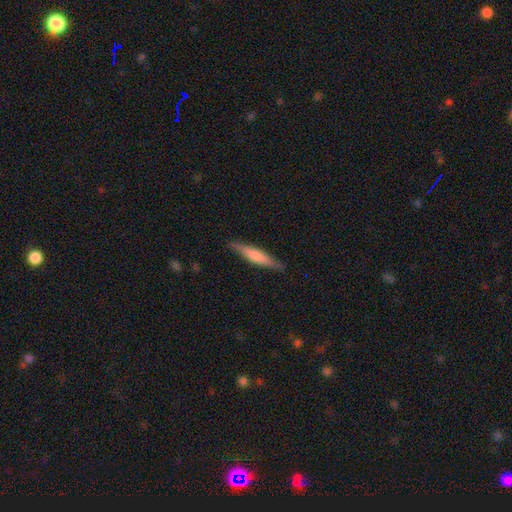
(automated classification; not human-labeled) Smooth or featured?
  - smooth: 60% *
  - featured or disk: 35%
  - star or artifact: 5%
How rounded?
  - cigar-shaped: 90% *
  - in between: 9%
  - round: 1%
Merging?
  - none: 88% *
  - minor disturbance: 9%
  - major disturbance: 2%
  - merger: 1%